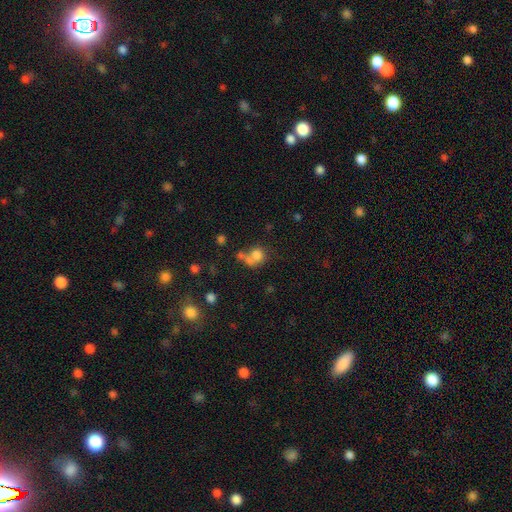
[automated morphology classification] This appears to be a smooth galaxy with no disk features (74%) that is round (74%). Merging: merger (48%).